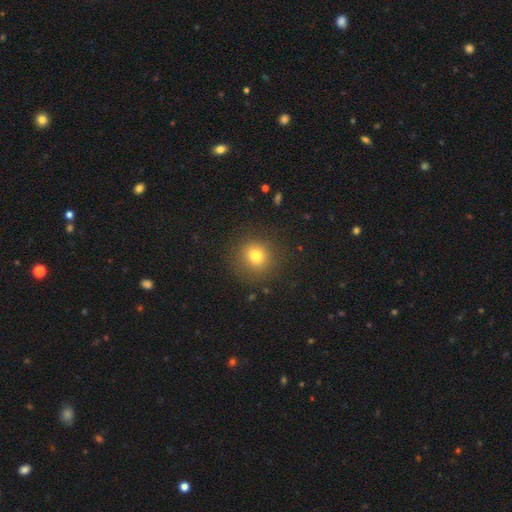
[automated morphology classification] smooth_or_featured: smooth (p=0.77) [alt: star or artifact p=0.14]
how_rounded: round (p=0.88) [alt: in between p=0.11]
merging: none (p=0.86) [alt: minor disturbance p=0.09]